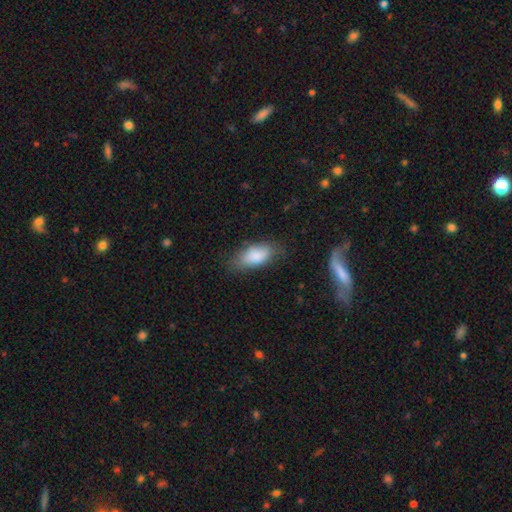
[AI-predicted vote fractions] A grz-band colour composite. It shows a smooth galaxy with no disk features (85%) that is in between round and cigar-shaped (89%). Merging: none (71%).